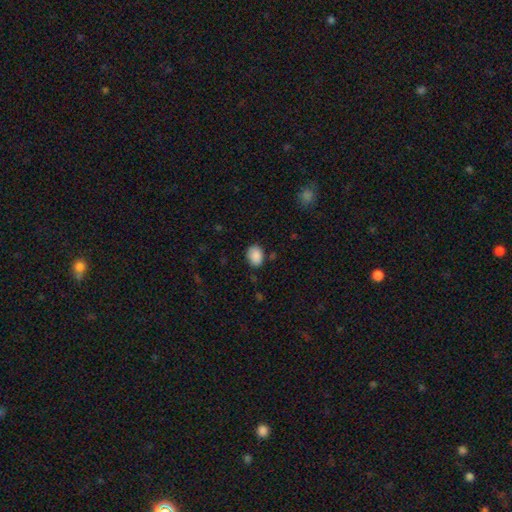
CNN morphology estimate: The model was most divided on "how rounded": in between: 70%, round: 29%, cigar-shaped: 1%. More confident: smooth or featured — smooth (89%); merging — none (79%).